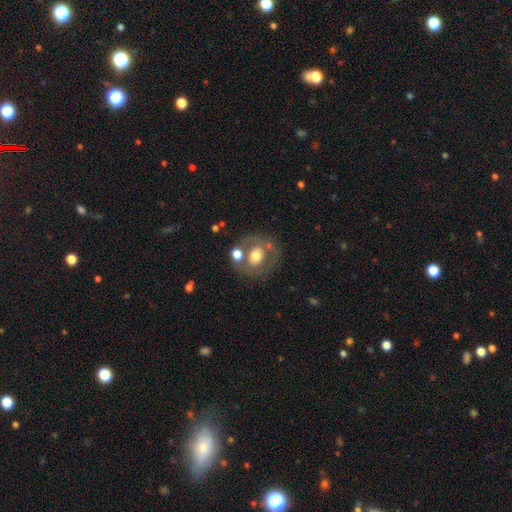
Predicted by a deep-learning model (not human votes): A smooth galaxy with no disk features (51%) that is round (75%). Merging: none (62%).